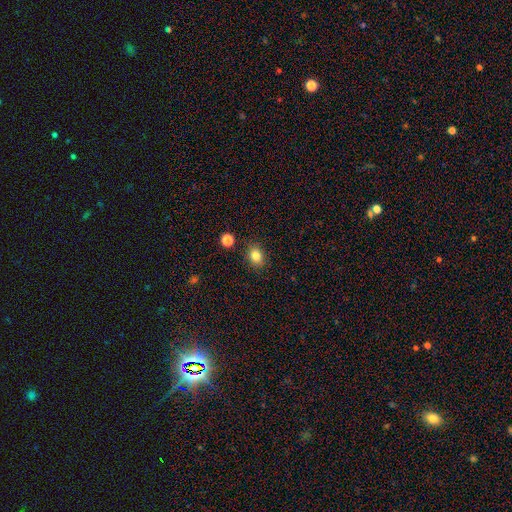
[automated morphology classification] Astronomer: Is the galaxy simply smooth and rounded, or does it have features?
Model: smooth — 82%.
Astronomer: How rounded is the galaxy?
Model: in between — 56% (runner-up: round, 43%).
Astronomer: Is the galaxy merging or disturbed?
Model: none — 84%.